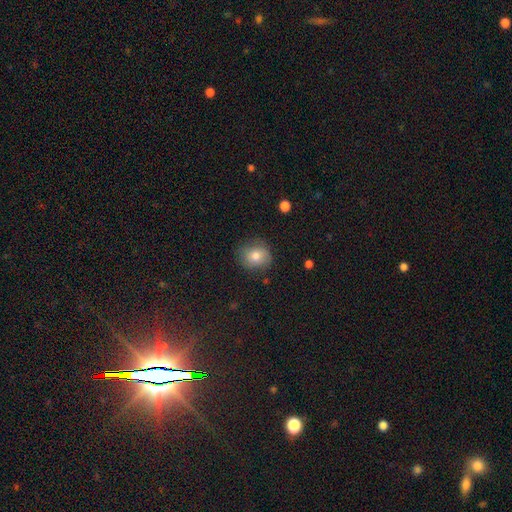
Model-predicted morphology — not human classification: Smooth or featured?
  - smooth: 76% *
  - featured or disk: 14%
  - star or artifact: 10%
How rounded?
  - round: 74% *
  - in between: 25%
  - cigar-shaped: 1%
Merging?
  - none: 77% *
  - minor disturbance: 17%
  - major disturbance: 4%
  - merger: 1%